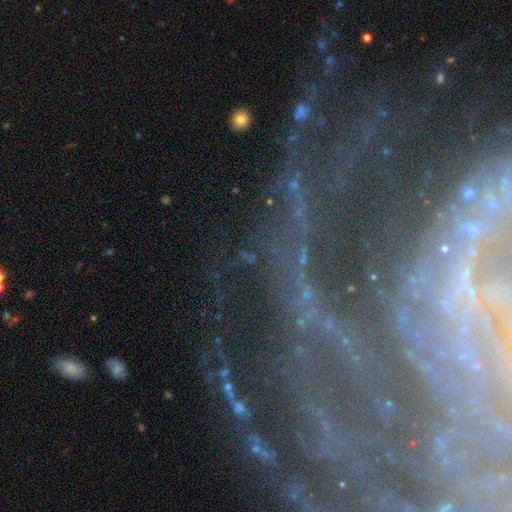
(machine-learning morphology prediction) Overall: featured or disk (55%; star or artifact 32%). Edge-on disk: no (87%). Merging: none (73%).